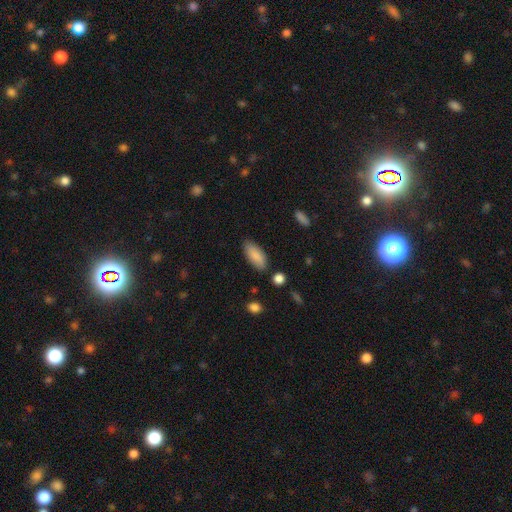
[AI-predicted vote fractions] This appears to be a smooth galaxy with no disk features (87%) that is in between round and cigar-shaped (85%). Merging: none (83%).